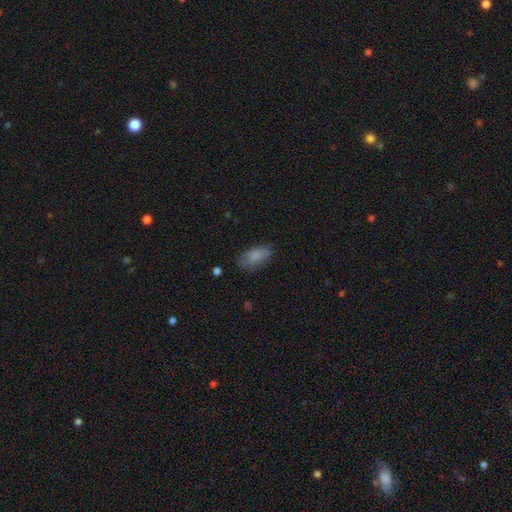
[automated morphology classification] Q: Smooth or featured?
A: smooth (83%); runner-up: featured or disk (9%)
Q: How rounded?
A: in between (86%); runner-up: cigar-shaped (11%)
Q: Merging?
A: none (70%); runner-up: minor disturbance (22%)